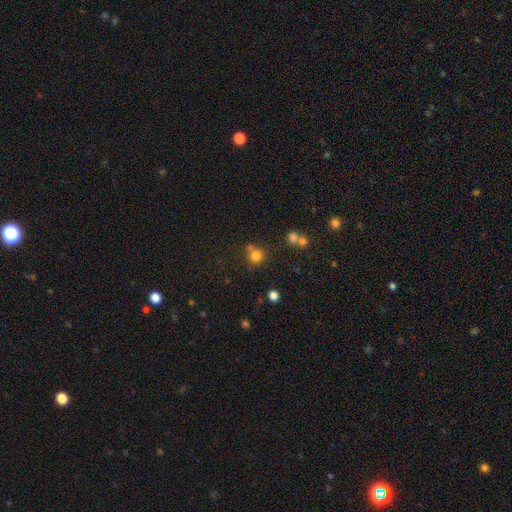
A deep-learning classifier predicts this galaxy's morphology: smooth_or_featured: smooth (p=0.79) [alt: star or artifact p=0.15]
how_rounded: round (p=0.88) [alt: in between p=0.11]
merging: none (p=0.65) [alt: merger p=0.18]